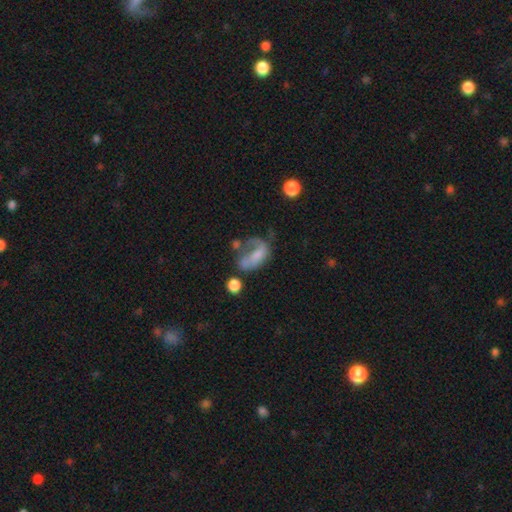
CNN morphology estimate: Smooth or featured? Predicted: smooth (p=0.45). Merging? Predicted: major disturbance (p=0.47).